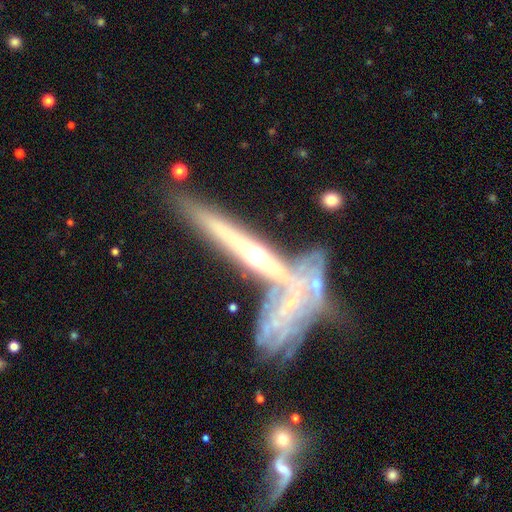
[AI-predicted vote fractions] A featured or disk galaxy (78%) viewed edge-on (85%) with a rounded central bulge (75%). Merging: none (47%).